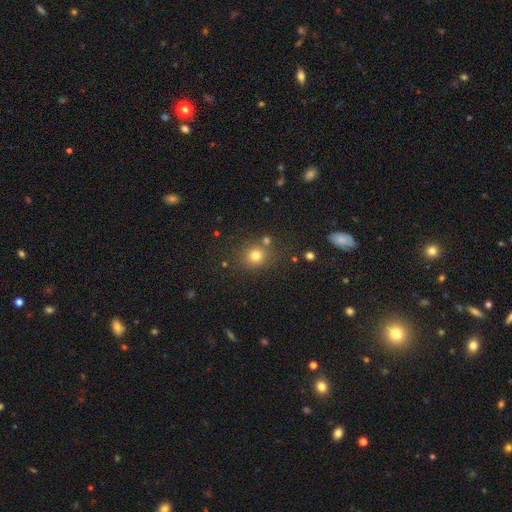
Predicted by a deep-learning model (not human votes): This appears to be a smooth galaxy with no disk features (75%) that is round (84%). Merging: none (76%).